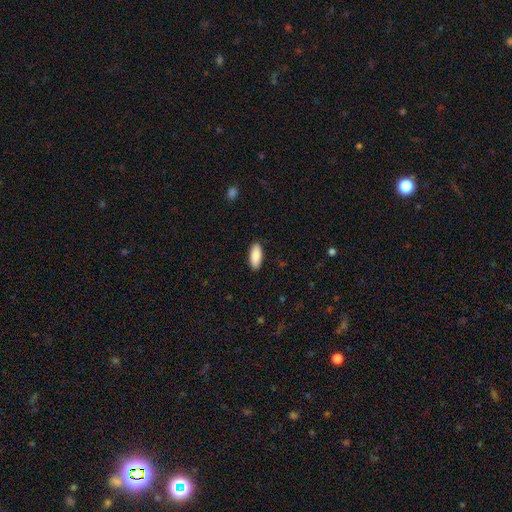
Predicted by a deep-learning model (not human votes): Q: Smooth or featured?
A: smooth (89%); runner-up: star or artifact (6%)
Q: How rounded?
A: in between (84%); runner-up: cigar-shaped (14%)
Q: Merging?
A: none (88%); runner-up: minor disturbance (9%)